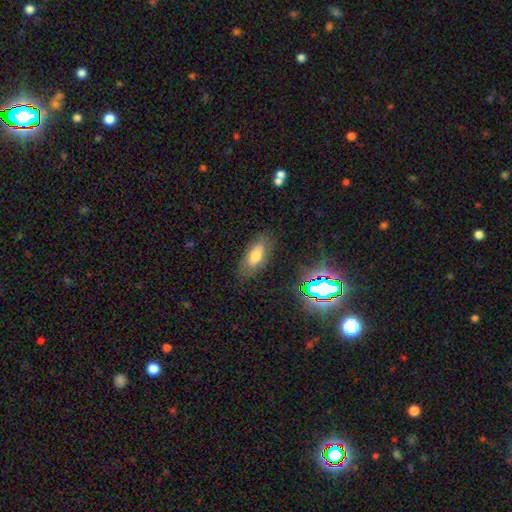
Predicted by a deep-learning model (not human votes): Smooth or featured?
  - smooth: 67% *
  - featured or disk: 20%
  - star or artifact: 13%
How rounded?
  - in between: 84% *
  - cigar-shaped: 12%
  - round: 4%
Merging?
  - none: 76% *
  - minor disturbance: 17%
  - major disturbance: 5%
  - merger: 2%